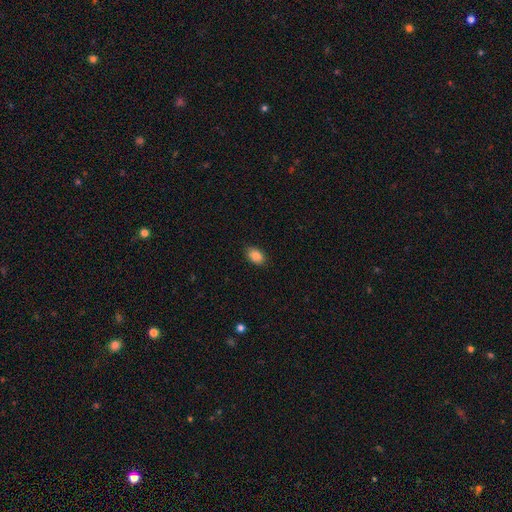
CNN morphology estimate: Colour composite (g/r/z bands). It shows a smooth galaxy with no disk features (87%) that is in between round and cigar-shaped (87%). Merging: none (86%).